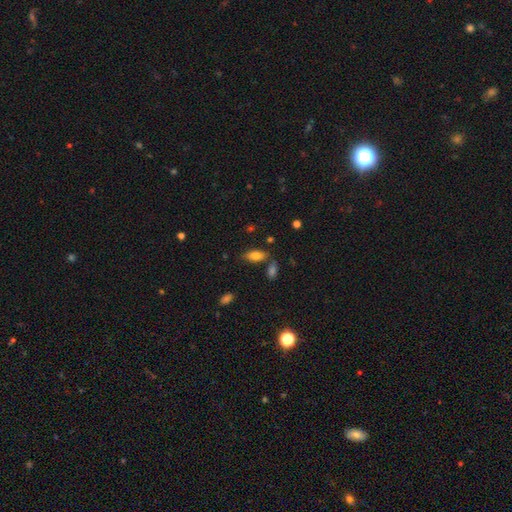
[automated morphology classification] Smooth or featured?
  - smooth: 78% *
  - featured or disk: 14%
  - star or artifact: 9%
How rounded?
  - in between: 84% *
  - cigar-shaped: 14%
  - round: 3%
Merging?
  - none: 72% *
  - minor disturbance: 14%
  - merger: 10%
  - major disturbance: 4%